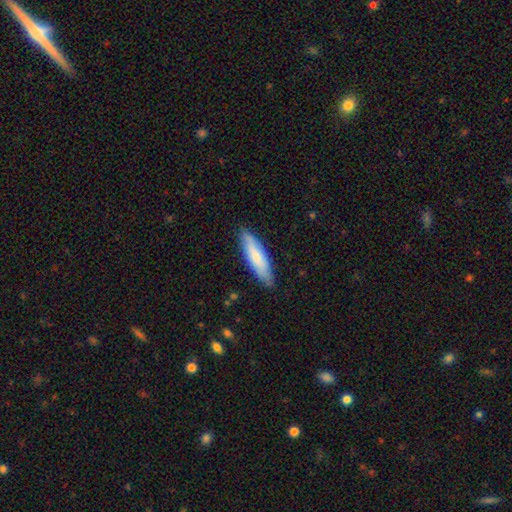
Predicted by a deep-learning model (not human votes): Smooth or featured?
  - smooth: 69% *
  - featured or disk: 25%
  - star or artifact: 5%
How rounded?
  - cigar-shaped: 65% *
  - in between: 33%
  - round: 1%
Merging?
  - none: 82% *
  - minor disturbance: 14%
  - major disturbance: 2%
  - merger: 1%